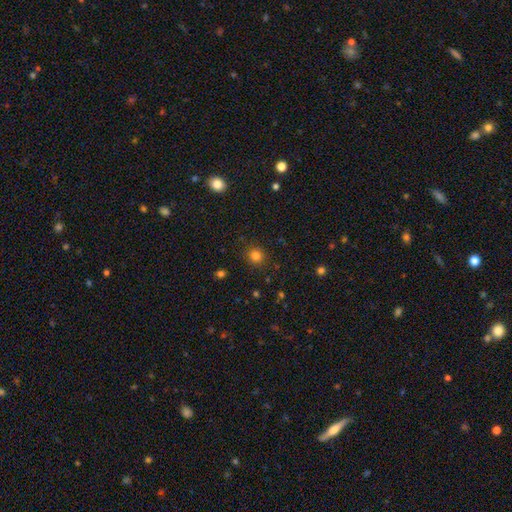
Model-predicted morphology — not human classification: Smooth or featured? Predicted: smooth (p=0.81). How rounded? Predicted: round (p=0.89). Merging? Predicted: none (p=0.89).